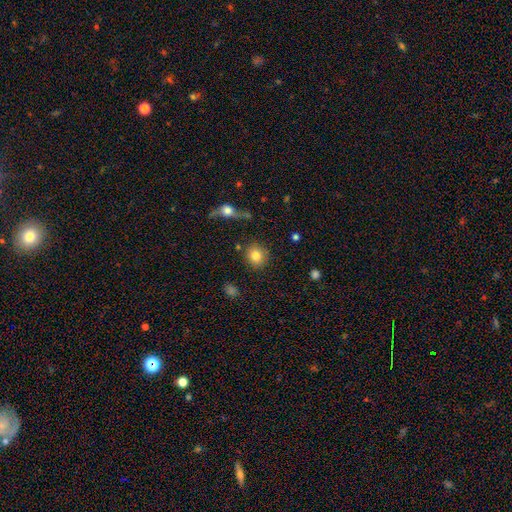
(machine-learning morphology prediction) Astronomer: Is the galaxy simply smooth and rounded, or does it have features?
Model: smooth — 81%.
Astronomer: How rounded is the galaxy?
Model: round — 85%.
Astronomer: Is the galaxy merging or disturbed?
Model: none — 87%.